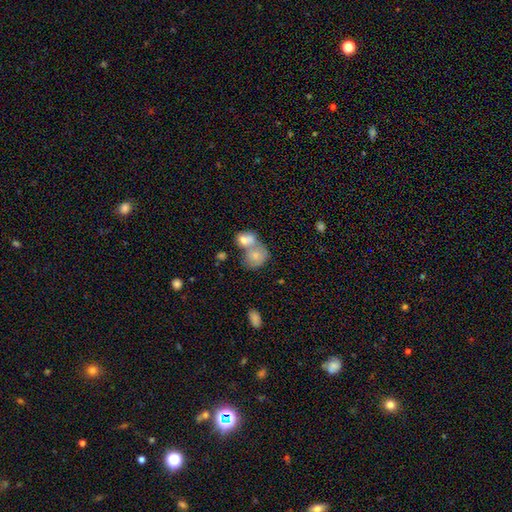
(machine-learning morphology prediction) smooth-or-featured: smooth: 71% | featured or disk: 20% | star or artifact: 9%
  how-rounded: round: 54% | in between: 45% | cigar-shaped: 1%
  merging: merger: 69% | none: 19% | minor disturbance: 8% | major disturbance: 4%